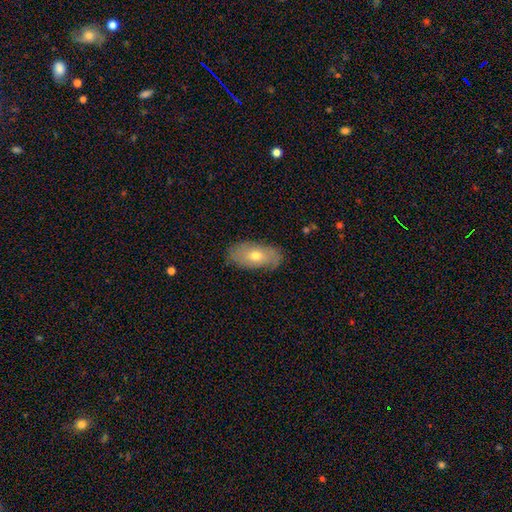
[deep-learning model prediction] smooth 58%, featured or disk 36%, star or artifact 7%. Down the decision tree: how rounded — in between (91%); merging — none (80%).